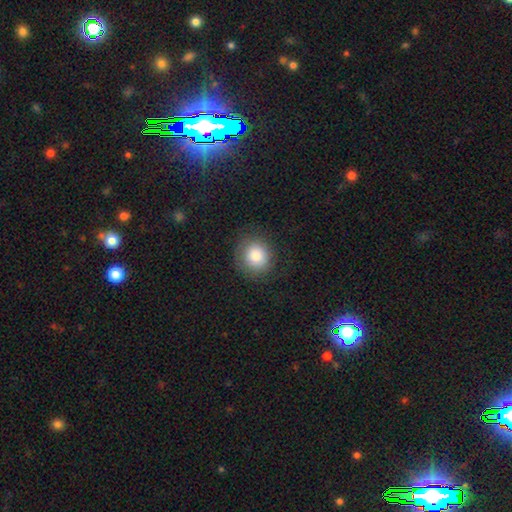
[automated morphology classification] The model was most divided on "merging": none: 81%, minor disturbance: 12%, major disturbance: 6%, merger: 1%. More confident: how rounded — round (88%); smooth or featured — smooth (83%).